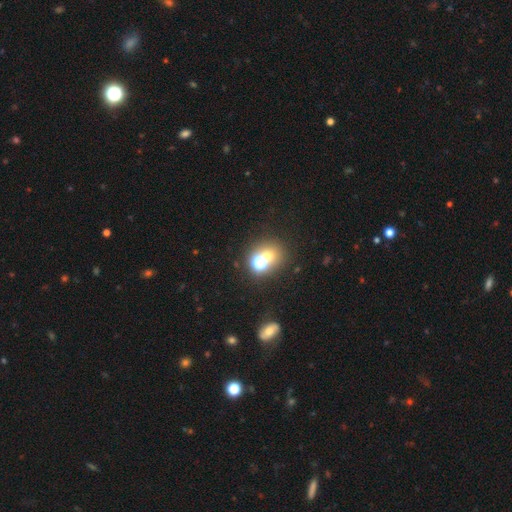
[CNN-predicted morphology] Smooth or featured? Predicted: smooth (p=0.56). How rounded? Predicted: round (p=0.60). Merging? Predicted: merger (p=0.49).